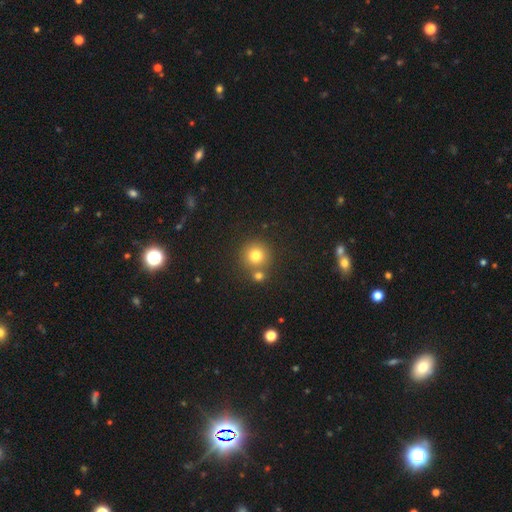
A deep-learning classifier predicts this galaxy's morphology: The model was most divided on "merging": none: 70%, merger: 21%, minor disturbance: 7%, major disturbance: 2%. More confident: how rounded — round (93%); smooth or featured — smooth (78%).